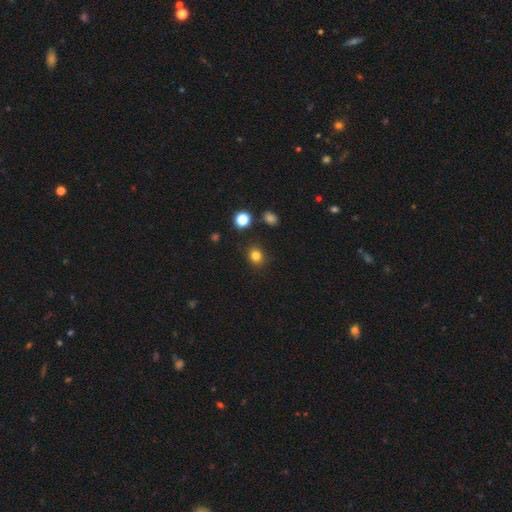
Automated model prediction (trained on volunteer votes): This is clearly a smooth galaxy (82%). How rounded: likely round (76%). Merging: clearly none (87%).